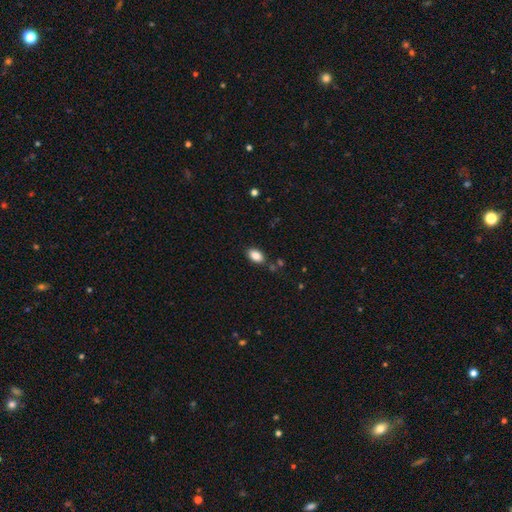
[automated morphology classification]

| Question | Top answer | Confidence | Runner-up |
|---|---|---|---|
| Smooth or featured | smooth | 87% | star or artifact (8%) |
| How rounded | in between | 91% | round (7%) |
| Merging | none | 83% | minor disturbance (11%) |